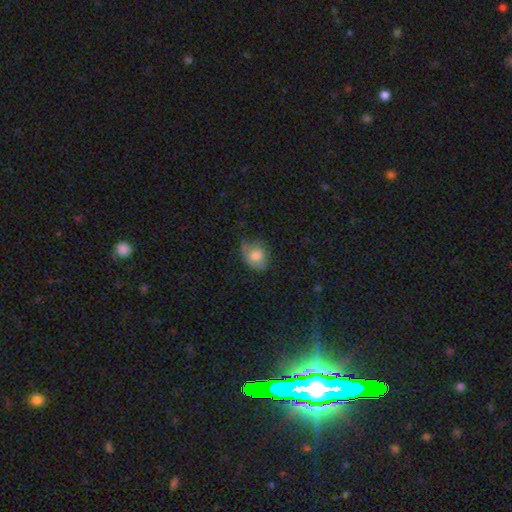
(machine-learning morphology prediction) The model was most divided on "how rounded": round: 56%, in between: 42%, cigar-shaped: 1%. More confident: smooth or featured — smooth (75%); merging — none (53%).